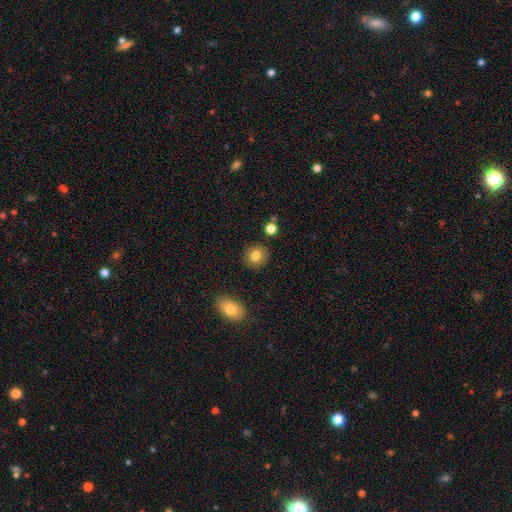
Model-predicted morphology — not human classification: Q: Smooth or featured?
A: smooth (81%); runner-up: featured or disk (10%)
Q: How rounded?
A: round (79%); runner-up: in between (20%)
Q: Merging?
A: none (88%); runner-up: minor disturbance (7%)